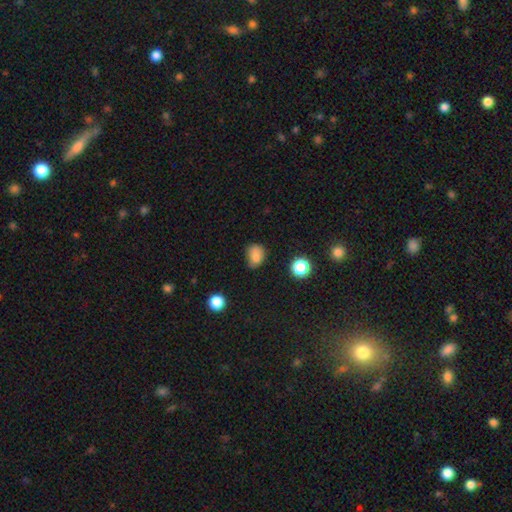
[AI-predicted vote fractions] Overall: smooth (80%). How rounded: in between (53%; round 46%). Merging: none (53%; minor disturbance 35%).